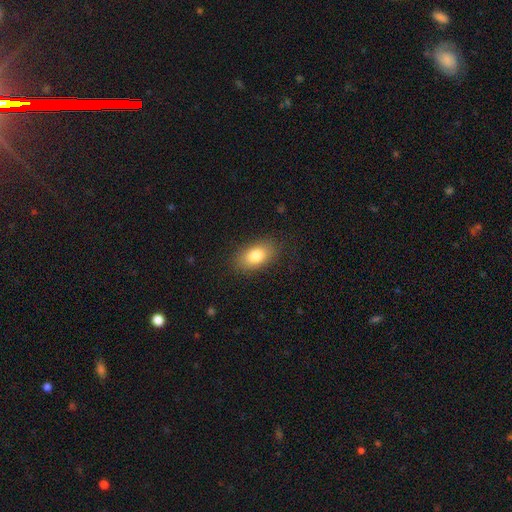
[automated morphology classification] A smooth galaxy with no disk features (83%) that is in between round and cigar-shaped (89%). Merging: none (84%).